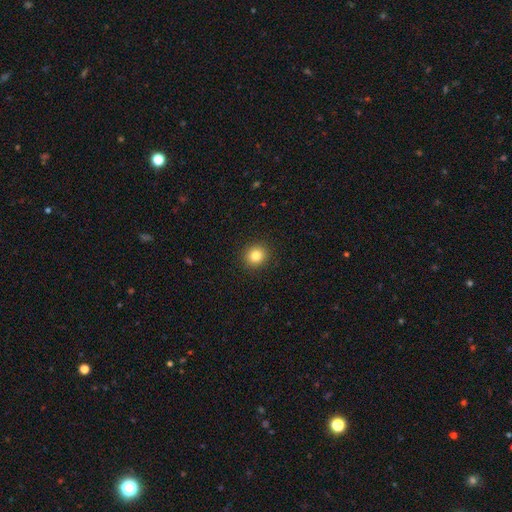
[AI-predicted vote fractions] This is clearly a smooth galaxy (83%). How rounded: clearly round (87%). Merging: clearly none (92%).